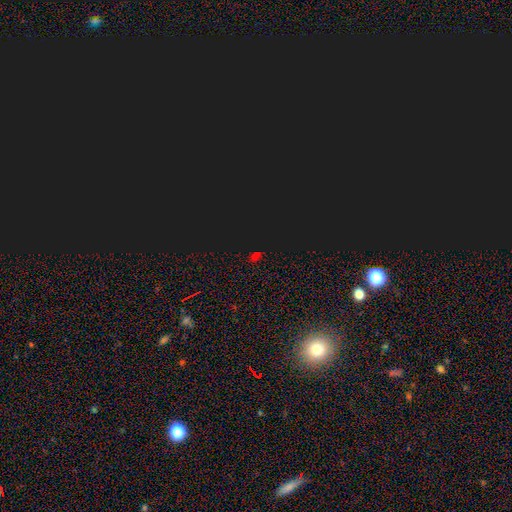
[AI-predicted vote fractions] Overall: star or artifact (73%).